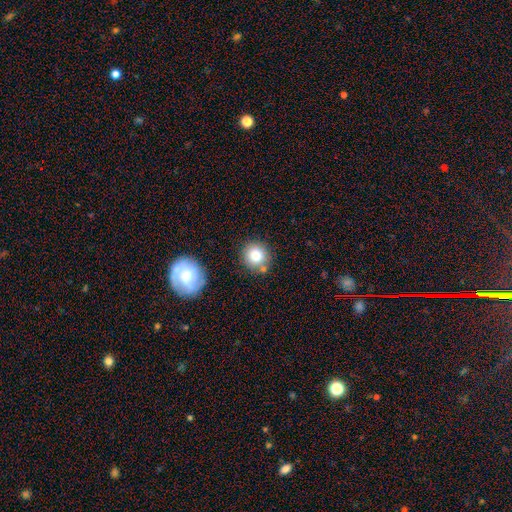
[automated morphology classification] A smooth galaxy with no disk features (82%) that is round (90%). Merging: none (76%).